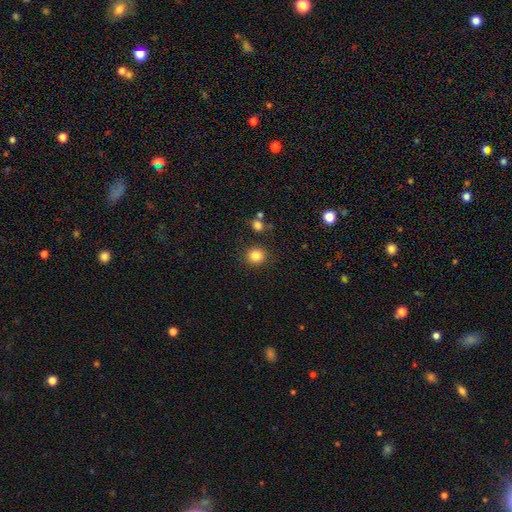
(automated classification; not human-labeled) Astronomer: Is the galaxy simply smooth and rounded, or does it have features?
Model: smooth — 85%.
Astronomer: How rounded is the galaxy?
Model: round — 89%.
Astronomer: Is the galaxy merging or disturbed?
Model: none — 87%.